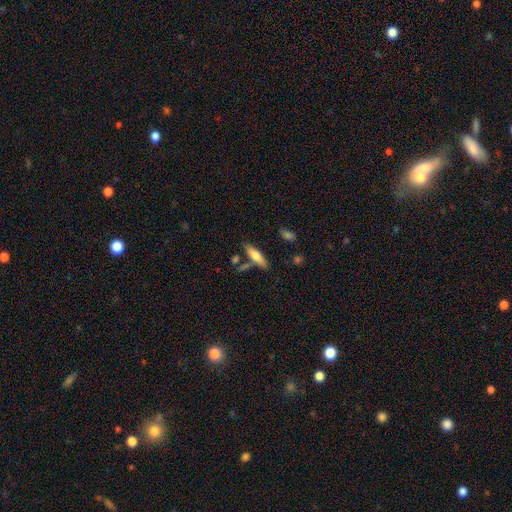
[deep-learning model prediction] smooth_or_featured: smooth (p=0.65) [alt: featured or disk p=0.28]
how_rounded: cigar-shaped (p=0.59) [alt: in between p=0.39]
merging: none (p=0.71) [alt: minor disturbance p=0.14]